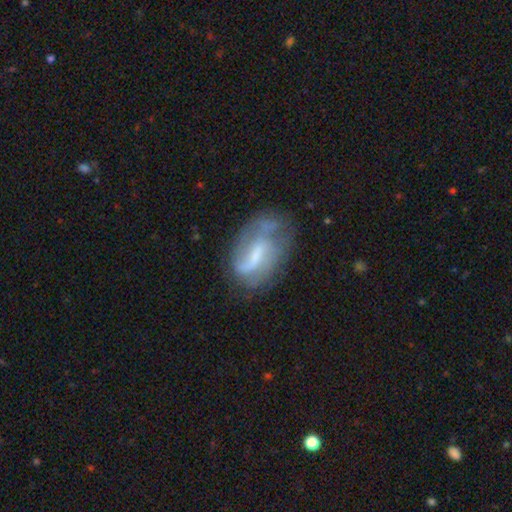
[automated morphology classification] Overall: featured or disk (66%). Edge-on disk: no (95%). Bar: weak (47%; strong 32%). Spiral arms: yes (73%). Bulge size: small (40%; moderate 29%). Merging: none (48%; minor disturbance 27%).